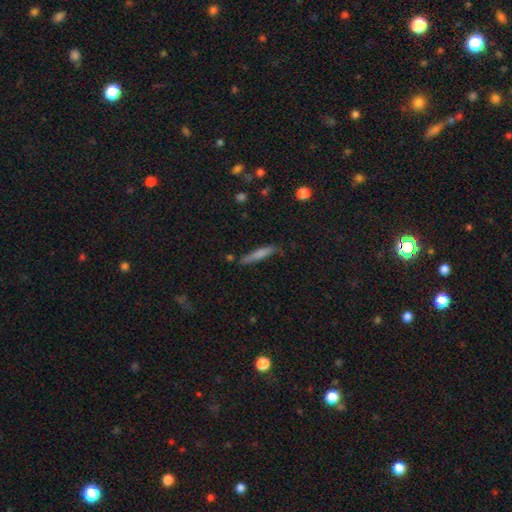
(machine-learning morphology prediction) smooth-or-featured: smooth: 63% | featured or disk: 28% | star or artifact: 10%
  how-rounded: cigar-shaped: 93% | in between: 5% | round: 2%
  merging: none: 80% | minor disturbance: 15% | major disturbance: 3% | merger: 3%